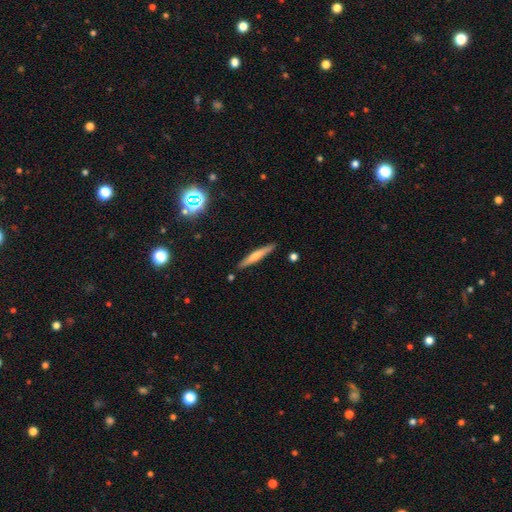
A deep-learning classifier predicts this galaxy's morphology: smooth 53%, featured or disk 40%, star or artifact 7%. Down the decision tree: how rounded — cigar-shaped (94%); merging — none (89%).